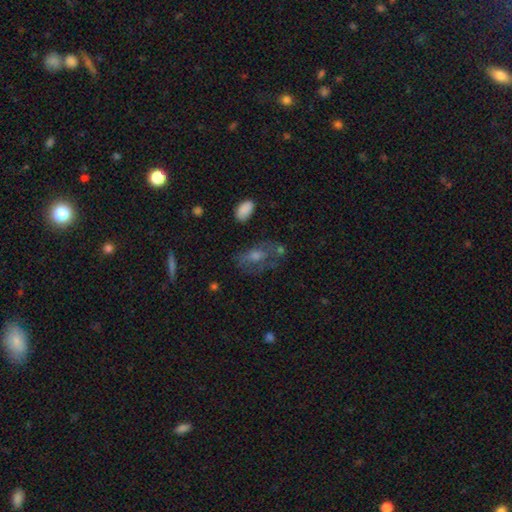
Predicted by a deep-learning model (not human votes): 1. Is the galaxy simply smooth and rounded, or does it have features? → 48% featured or disk, 36% smooth, 16% star or artifact.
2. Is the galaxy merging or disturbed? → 53% none, 22% minor disturbance, 18% major disturbance, 8% merger.